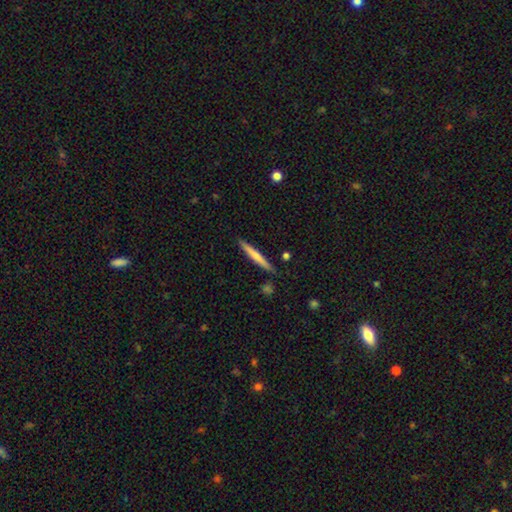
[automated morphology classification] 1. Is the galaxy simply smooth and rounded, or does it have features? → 58% smooth, 36% featured or disk, 6% star or artifact.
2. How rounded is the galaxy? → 95% cigar-shaped, 3% in between, 1% round.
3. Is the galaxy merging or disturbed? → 88% none, 9% minor disturbance, 2% merger, 2% major disturbance.